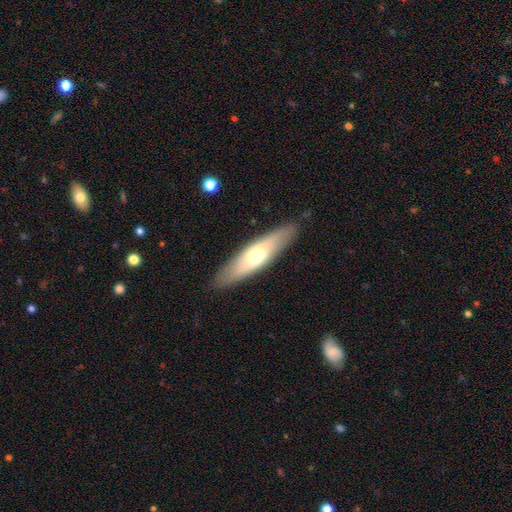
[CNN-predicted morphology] smooth_or_featured: smooth (p=0.54) [alt: featured or disk p=0.41]
how_rounded: cigar-shaped (p=0.67) [alt: in between p=0.32]
merging: none (p=0.88) [alt: minor disturbance p=0.09]